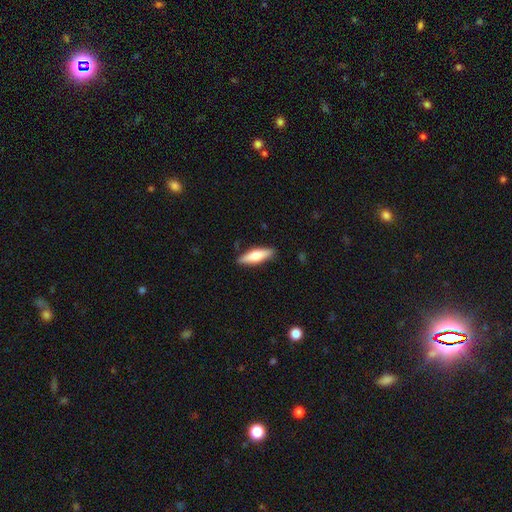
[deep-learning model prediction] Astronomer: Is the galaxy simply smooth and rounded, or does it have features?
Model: smooth — 61%.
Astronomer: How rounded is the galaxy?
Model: cigar-shaped — 58% (runner-up: in between, 40%).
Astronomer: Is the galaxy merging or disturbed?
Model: none — 88%.